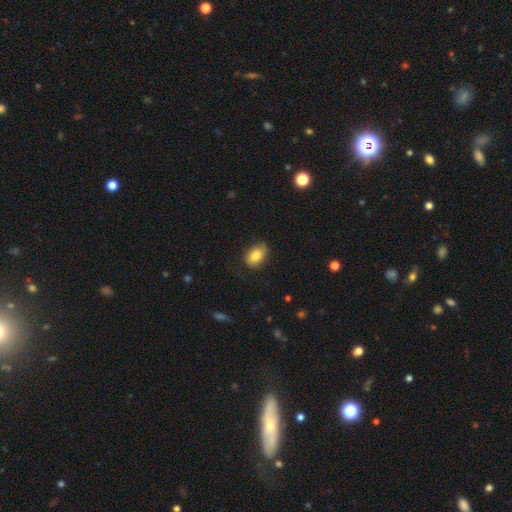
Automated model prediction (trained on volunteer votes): This is clearly a smooth galaxy (82%). How rounded: clearly in between (85%). Merging: likely none (74%).